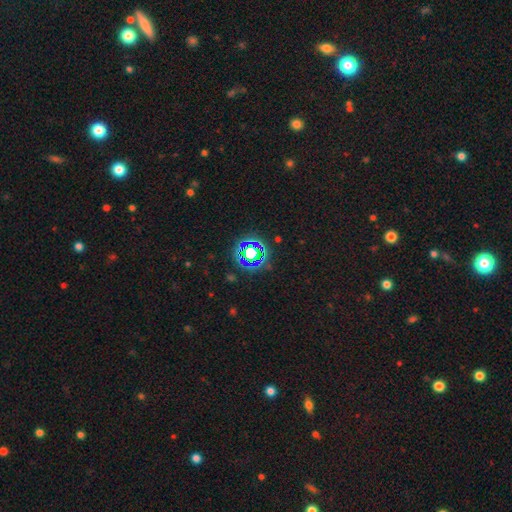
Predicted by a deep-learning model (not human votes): Smooth or featured: star or artifact — 77% (smooth — 15%)